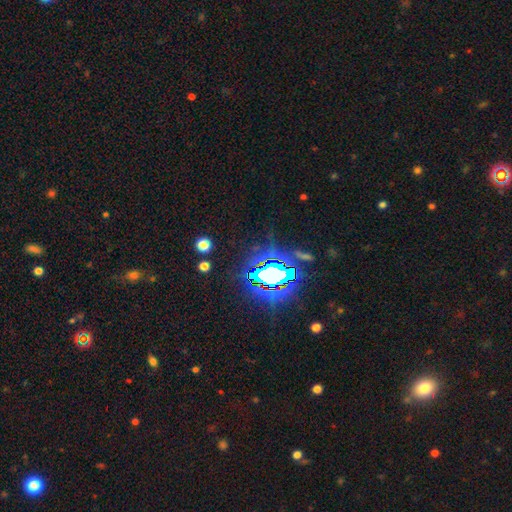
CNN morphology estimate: A star or artifact, not a galaxy (84%).